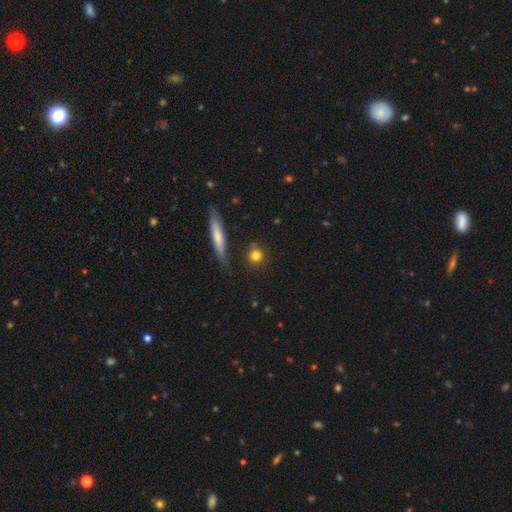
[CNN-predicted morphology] This appears to be a smooth galaxy with no disk features (79%) that is round (82%). Merging: none (83%).